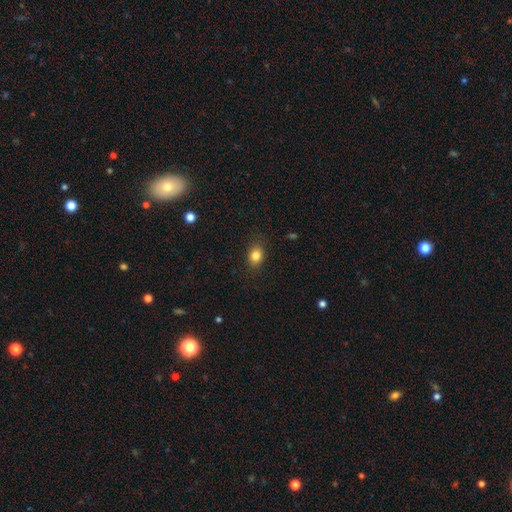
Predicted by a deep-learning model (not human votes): A smooth galaxy with no disk features (83%) that is in between round and cigar-shaped (50%).

Vote fractions:
- Smooth or featured? smooth: 83% / star or artifact: 10% / featured or disk: 6%
- How rounded? in between: 50% / round: 49% / cigar-shaped: 1%
- Merging? none: 86% / minor disturbance: 10% / major disturbance: 3% / merger: 1%